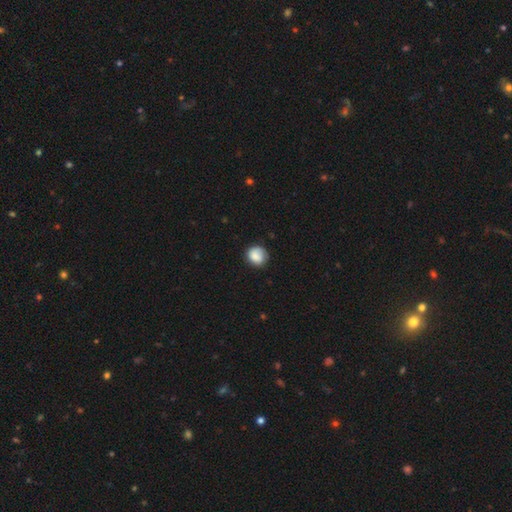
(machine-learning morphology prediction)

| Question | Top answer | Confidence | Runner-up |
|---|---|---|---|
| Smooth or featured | smooth | 84% | featured or disk (9%) |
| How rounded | round | 82% | in between (17%) |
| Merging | none | 74% | minor disturbance (20%) |